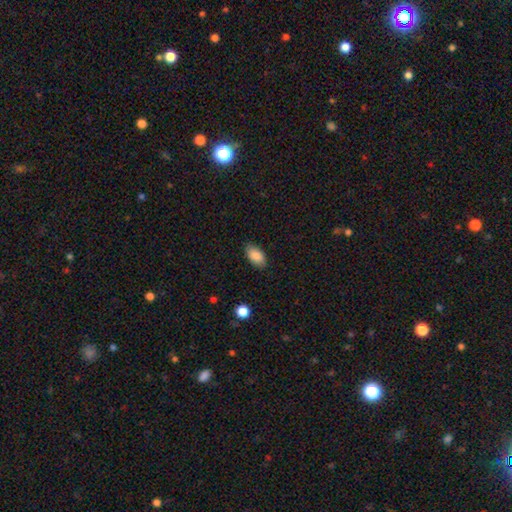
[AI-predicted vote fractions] The model was most divided on "merging": none: 85%, minor disturbance: 11%, major disturbance: 2%, merger: 1%. More confident: how rounded — in between (94%); smooth or featured — smooth (87%).